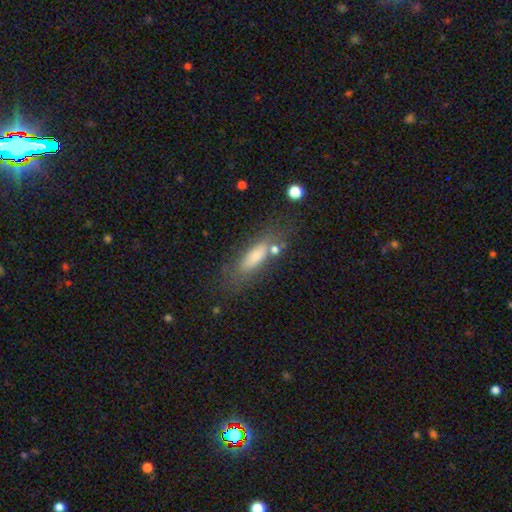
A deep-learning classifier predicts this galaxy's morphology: A smooth galaxy with no disk features (68%) that is cigar-shaped (52%).

Vote fractions:
- Smooth or featured? smooth: 68% / featured or disk: 22% / star or artifact: 10%
- How rounded? cigar-shaped: 52% / in between: 45% / round: 3%
- Merging? none: 69% / minor disturbance: 17% / major disturbance: 8% / merger: 7%